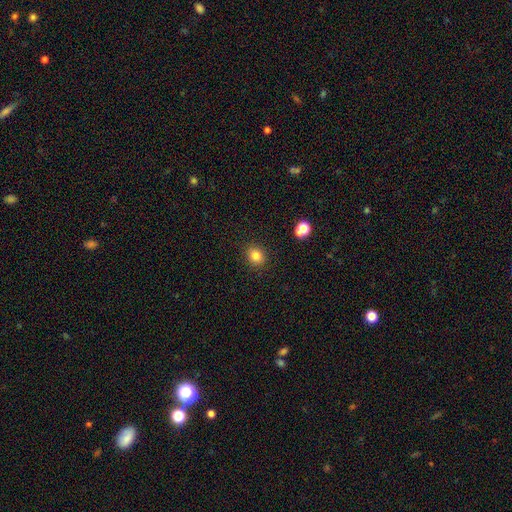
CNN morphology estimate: smooth_or_featured: smooth (p=0.83) [alt: star or artifact p=0.12]
how_rounded: round (p=0.68) [alt: in between p=0.31]
merging: none (p=0.89) [alt: minor disturbance p=0.07]